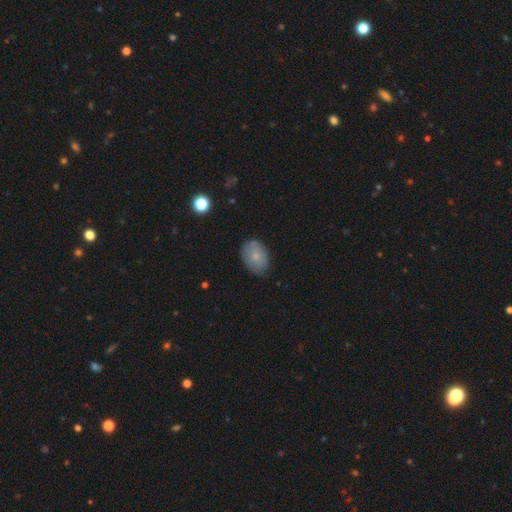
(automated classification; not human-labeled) Overall: smooth (74%). How rounded: in between (77%). Merging: none (73%).